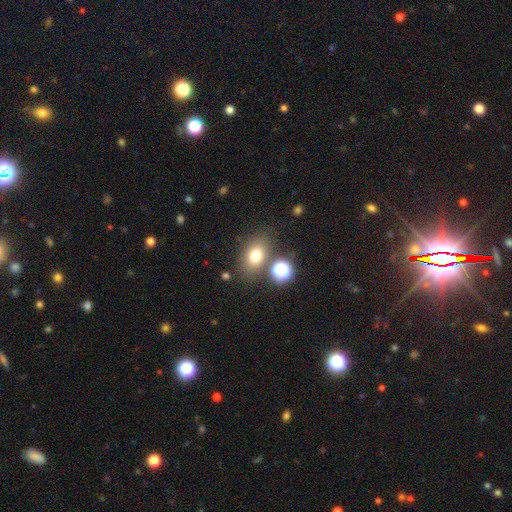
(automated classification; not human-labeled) Smooth or featured?
  - smooth: 74% *
  - star or artifact: 14%
  - featured or disk: 12%
How rounded?
  - in between: 72% *
  - round: 27%
  - cigar-shaped: 2%
Merging?
  - none: 74% *
  - minor disturbance: 12%
  - merger: 10%
  - major disturbance: 5%